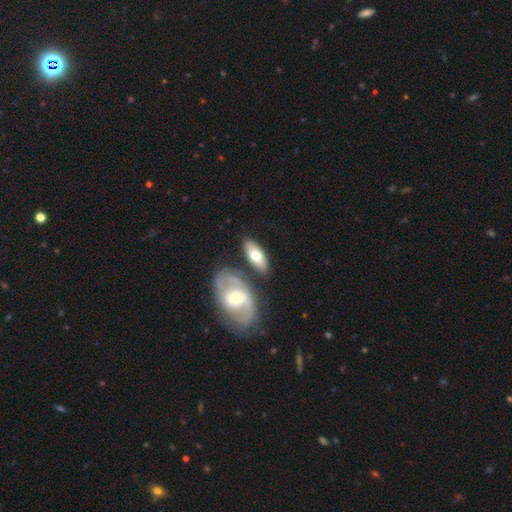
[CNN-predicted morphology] smooth 57%, featured or disk 38%, star or artifact 5%. Down the decision tree: how rounded — in between (84%); merging — none (68%).